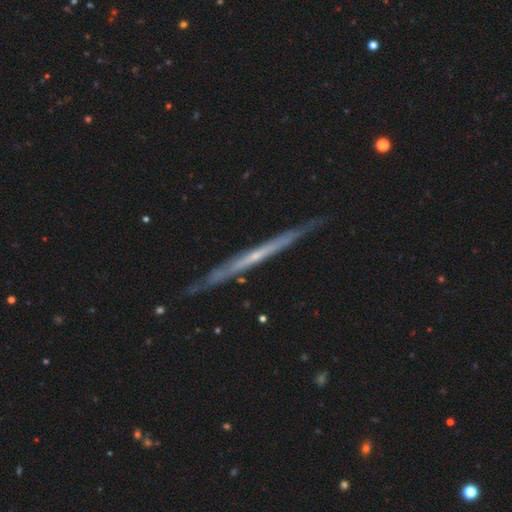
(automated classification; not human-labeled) Smooth or featured?
  - featured or disk: 75% *
  - smooth: 19%
  - star or artifact: 5%
Edge-on disk?
  - yes: 96% *
  - no: 4%
Edge-on bulge?
  - none: 73% *
  - rounded: 23%
  - boxy: 4%
Merging?
  - none: 84% *
  - minor disturbance: 13%
  - major disturbance: 2%
  - merger: 2%